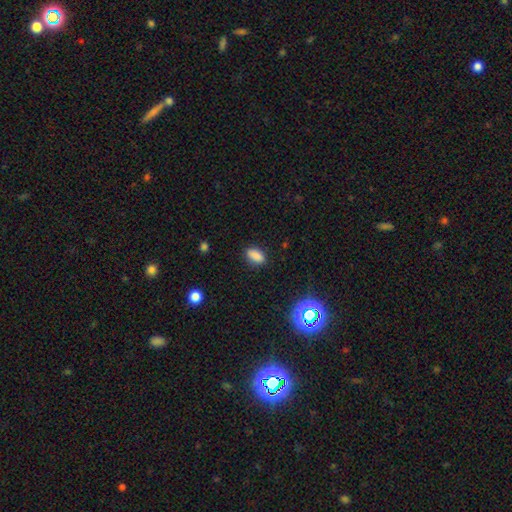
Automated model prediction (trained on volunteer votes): smooth-or-featured: smooth: 85% | star or artifact: 11% | featured or disk: 4%
  how-rounded: in between: 87% | cigar-shaped: 7% | round: 6%
  merging: none: 86% | minor disturbance: 11% | major disturbance: 3% | merger: 1%